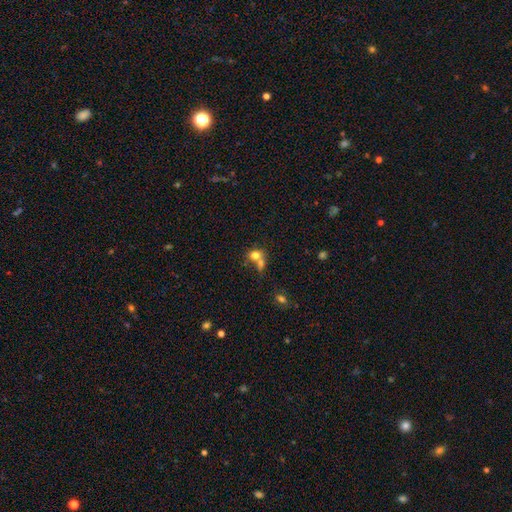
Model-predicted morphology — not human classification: The model was most divided on "merging": merger: 55%, none: 32%, minor disturbance: 8%, major disturbance: 5%. More confident: smooth or featured — smooth (72%); how rounded — round (64%).